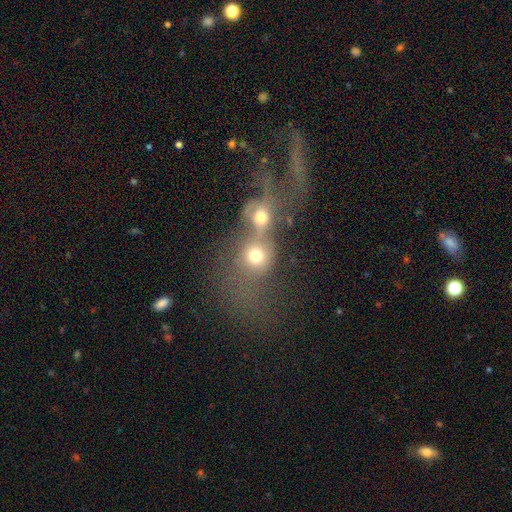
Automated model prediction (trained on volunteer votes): The model was most divided on "smooth or featured": smooth: 68%, featured or disk: 17%, star or artifact: 15%. More confident: how rounded — round (76%); merging — merger (69%).